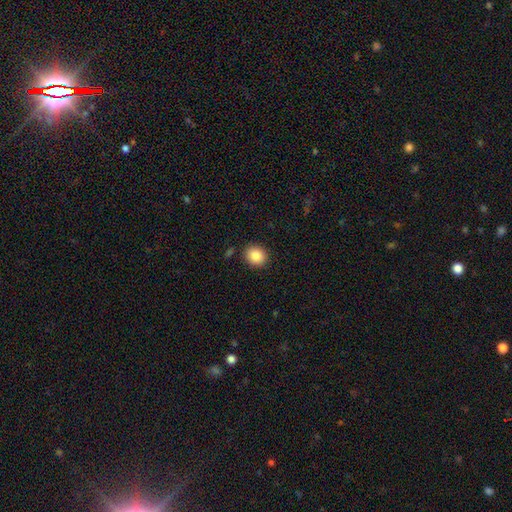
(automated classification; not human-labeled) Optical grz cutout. It shows a smooth galaxy with no disk features (86%) that is round (74%). Merging: none (89%).